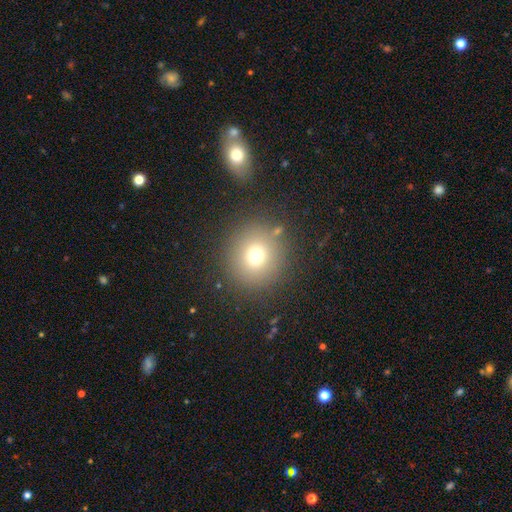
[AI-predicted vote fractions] A smooth galaxy with no disk features (72%) that is round (91%). Merging: none (85%).